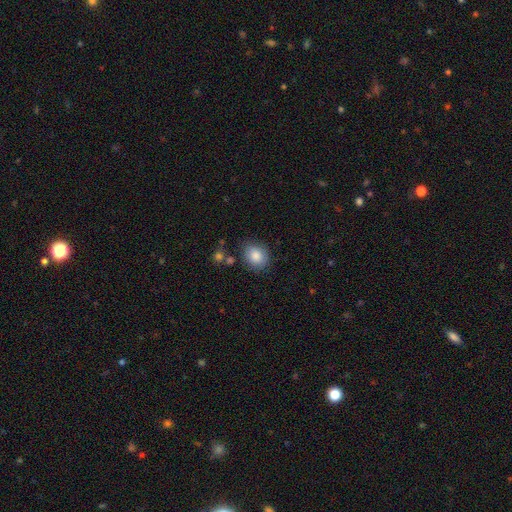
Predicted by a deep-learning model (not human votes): smooth_or_featured: smooth (p=0.85) [alt: star or artifact p=0.08]
how_rounded: round (p=0.54) [alt: in between p=0.45]
merging: none (p=0.79) [alt: minor disturbance p=0.14]